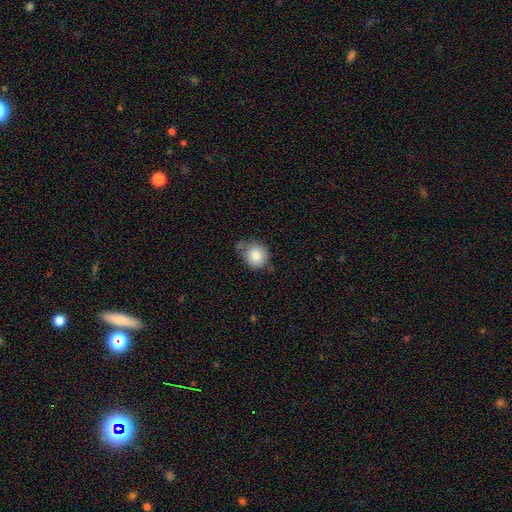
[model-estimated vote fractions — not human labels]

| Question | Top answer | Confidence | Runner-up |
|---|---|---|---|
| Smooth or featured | smooth | 82% | star or artifact (9%) |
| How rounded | round | 86% | in between (13%) |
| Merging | none | 65% | minor disturbance (22%) |